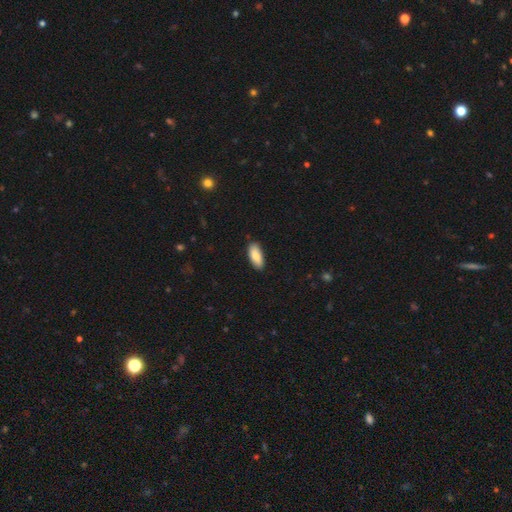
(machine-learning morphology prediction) Smooth or featured: smooth — 85% (featured or disk — 9%)
How rounded: in between — 81% (cigar-shaped — 17%)
Merging: none — 86% (minor disturbance — 11%)